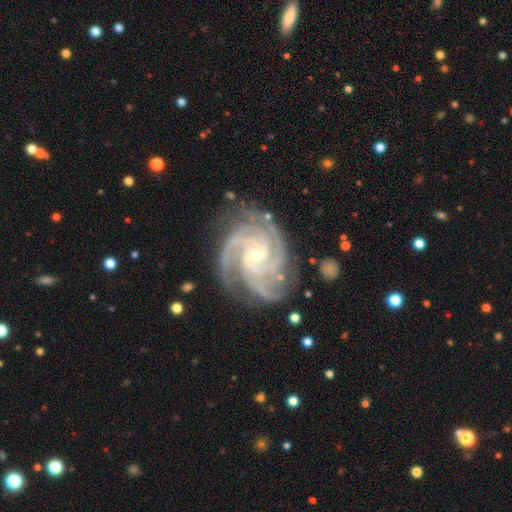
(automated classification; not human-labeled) A featured or disk galaxy (94%) with no bar (50%), 3 (39%) tight (67%) spiral arms (99%) and a small central bulge (62%).

Vote fractions:
- Smooth or featured? featured or disk: 94% / star or artifact: 4% / smooth: 2%
- Edge-on disk? no: 98% / yes: 2%
- Bar? no: 50% / weak: 37% / strong: 13%
- Spiral arms? yes: 99% / no: 1%
- Spiral winding? tight: 67% / medium: 30% / loose: 3%
- Spiral arm count? 3: 39% / 4: 30% / 2: 11% / can't tell: 8% / more than 4: 7% / 1: 6%
- Bulge size? small: 62% / moderate: 36% / large: 1% / none: 1% / dominant: 1%
- Merging? none: 73% / minor disturbance: 19% / major disturbance: 7% / merger: 2%